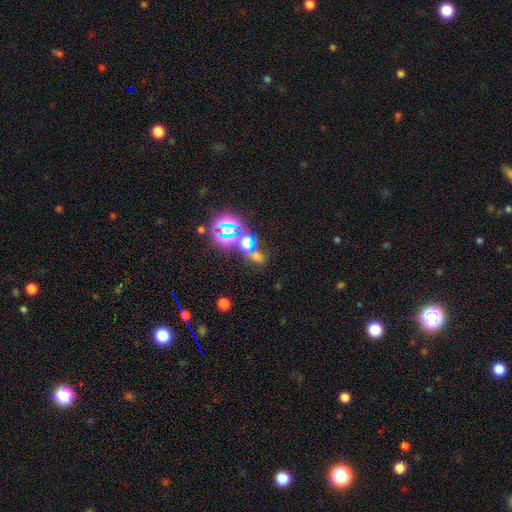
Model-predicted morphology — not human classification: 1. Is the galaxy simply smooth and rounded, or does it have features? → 55% star or artifact, 28% smooth, 18% featured or disk.